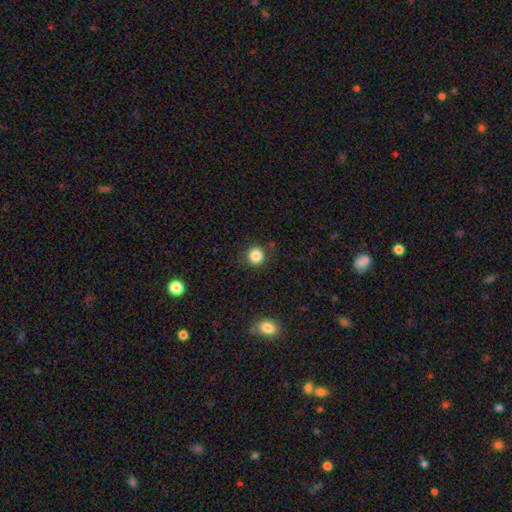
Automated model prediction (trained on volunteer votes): smooth 85%, star or artifact 11%, featured or disk 4%. Down the decision tree: how rounded — round (93%); merging — none (89%).